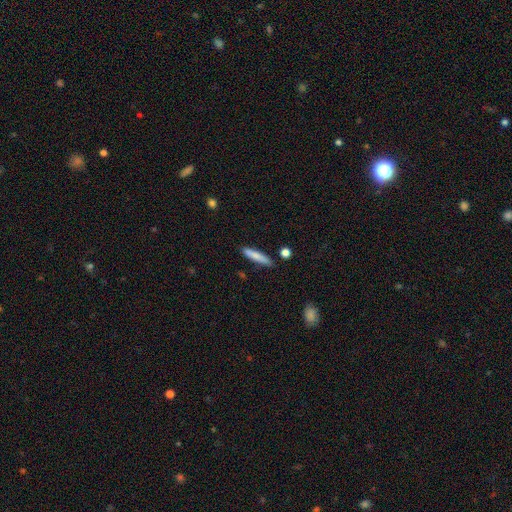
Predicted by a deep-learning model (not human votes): A smooth galaxy with no disk features (76%) that is cigar-shaped (88%). Merging: none (84%).